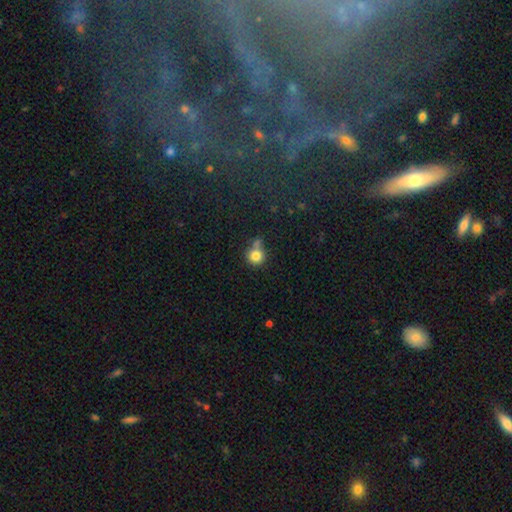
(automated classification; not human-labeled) smooth_or_featured: smooth (p=0.80) [alt: star or artifact p=0.11]
how_rounded: round (p=0.88) [alt: in between p=0.11]
merging: none (p=0.48) [alt: merger p=0.23]